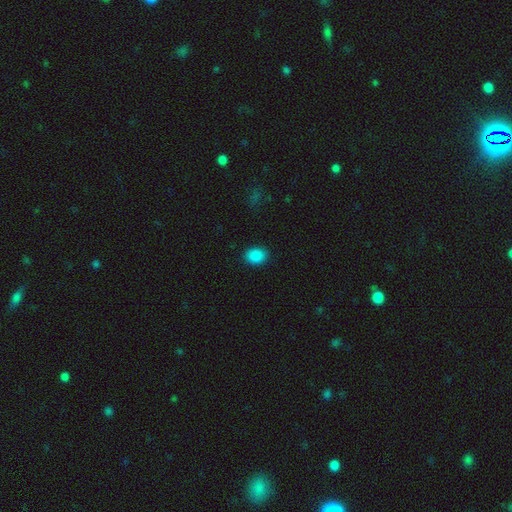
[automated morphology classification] smooth 88%, star or artifact 9%, featured or disk 3%. Down the decision tree: how rounded — in between (59%); merging — none (89%).